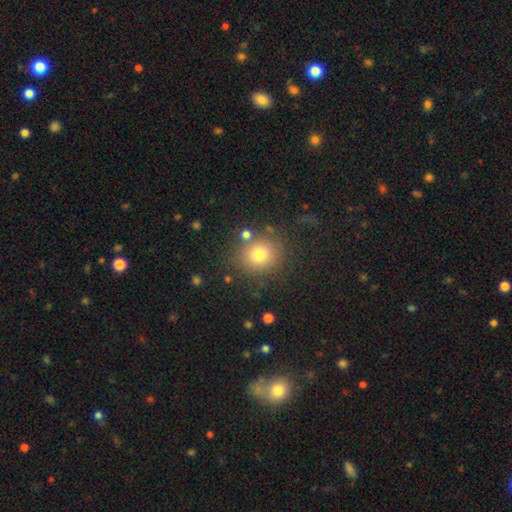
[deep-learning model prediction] This appears to be a smooth galaxy with no disk features (76%) that is round (83%). Merging: none (82%).